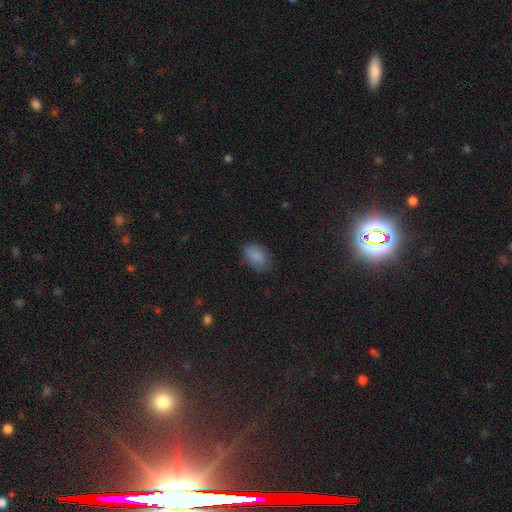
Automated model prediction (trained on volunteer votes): Morphology: type=smooth (85%); roundness=in between (87%); merging=none (73%).